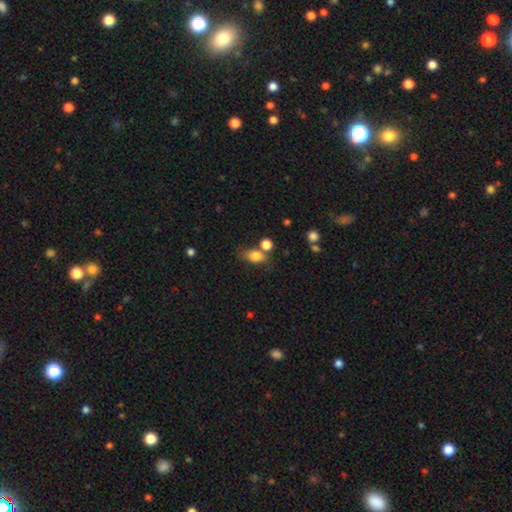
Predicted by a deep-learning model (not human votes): Smooth or featured? Predicted: smooth (p=0.81). How rounded? Predicted: in between (p=0.75). Merging? Predicted: none (p=0.56).